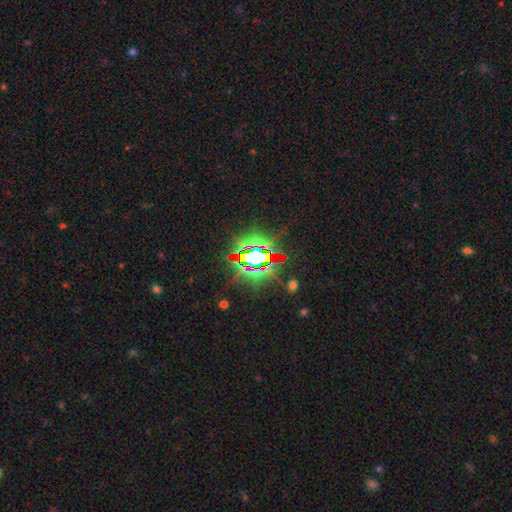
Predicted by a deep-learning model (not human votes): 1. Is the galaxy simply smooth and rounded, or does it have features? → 78% star or artifact, 11% featured or disk, 11% smooth.